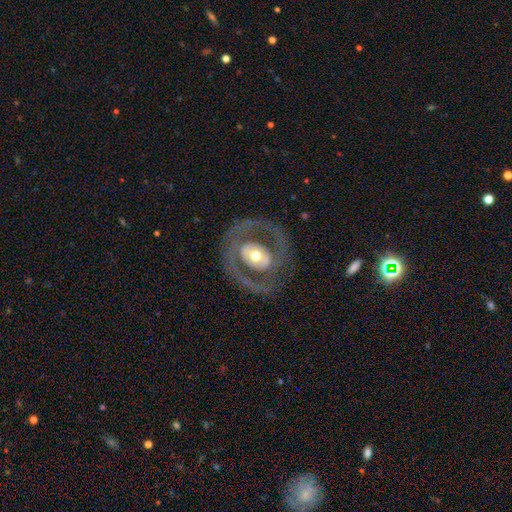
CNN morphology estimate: Q: Smooth or featured?
A: featured or disk (73%); runner-up: smooth (22%)
Q: Edge-on disk?
A: no (95%); runner-up: yes (5%)
Q: Bar?
A: no (63%); runner-up: weak (23%)
Q: Spiral arms?
A: no (60%); runner-up: yes (40%)
Q: Bulge size?
A: moderate (66%); runner-up: large (19%)
Q: Merging?
A: none (74%); runner-up: major disturbance (13%)